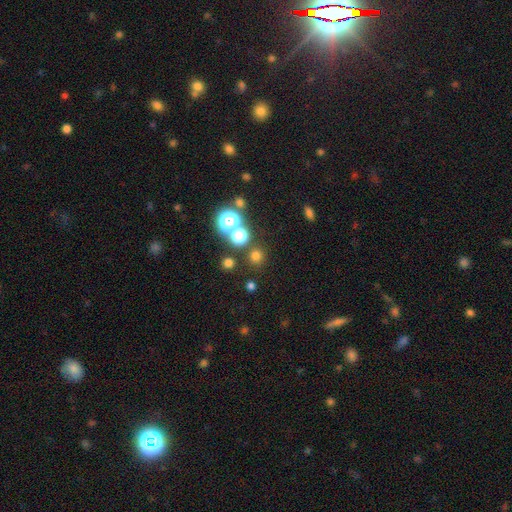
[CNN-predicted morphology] A smooth galaxy with no disk features (67%) that is round (93%).

Vote fractions:
- Smooth or featured? smooth: 67% / star or artifact: 27% / featured or disk: 6%
- How rounded? round: 93% / in between: 6% / cigar-shaped: 1%
- Merging? none: 82% / merger: 8% / minor disturbance: 7% / major disturbance: 3%